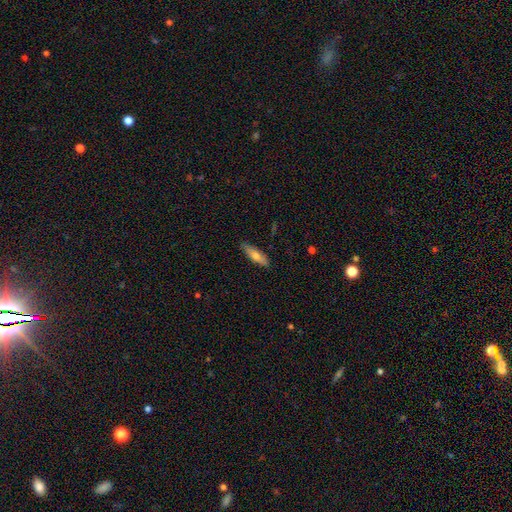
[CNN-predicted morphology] A smooth galaxy with no disk features (64%) that is cigar-shaped (60%).

Vote fractions:
- Smooth or featured? smooth: 64% / featured or disk: 30% / star or artifact: 6%
- How rounded? cigar-shaped: 60% / in between: 38% / round: 2%
- Merging? none: 84% / minor disturbance: 12% / major disturbance: 2% / merger: 1%